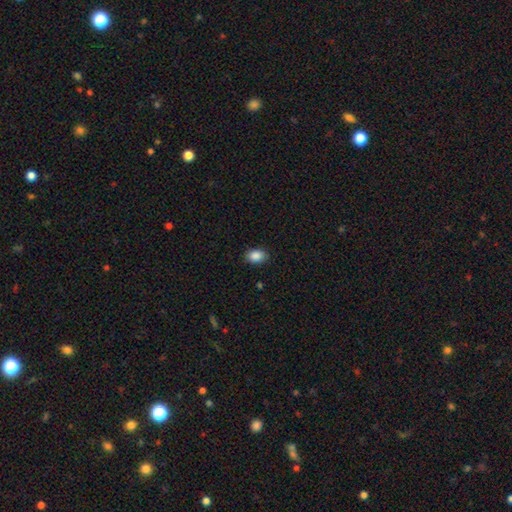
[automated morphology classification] smooth 88%, star or artifact 8%, featured or disk 3%. Down the decision tree: how rounded — in between (80%); merging — none (88%).